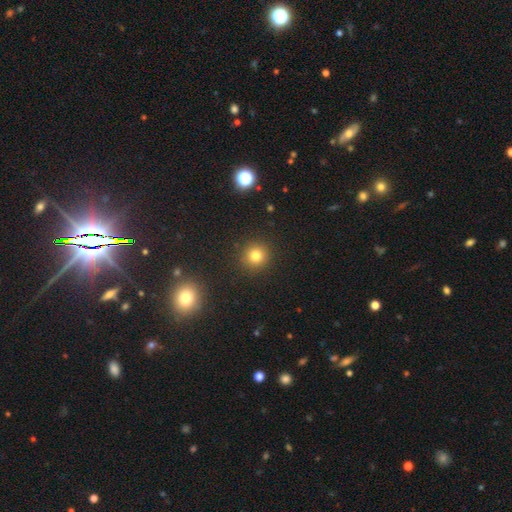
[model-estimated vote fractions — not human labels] Smooth or featured: smooth — 78% (star or artifact — 15%)
How rounded: round — 93% (in between — 6%)
Merging: none — 91% (minor disturbance — 6%)